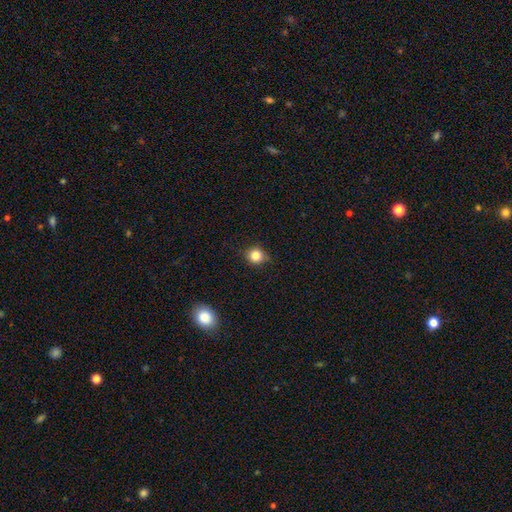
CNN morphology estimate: Smooth or featured? Predicted: smooth (p=0.83). How rounded? Predicted: round (p=0.88). Merging? Predicted: none (p=0.84).